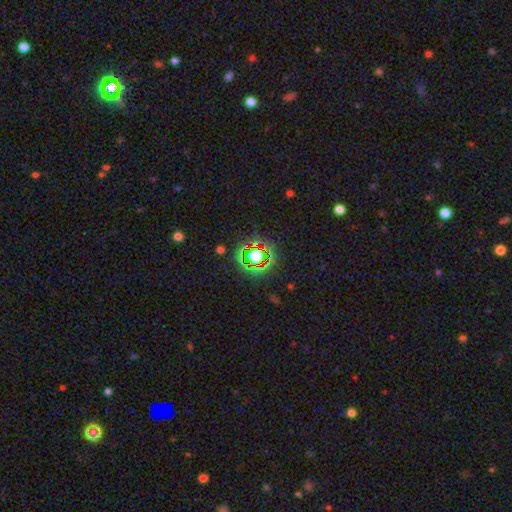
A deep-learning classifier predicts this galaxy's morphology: The model was most divided on "smooth or featured": star or artifact: 69%, smooth: 20%, featured or disk: 11%.